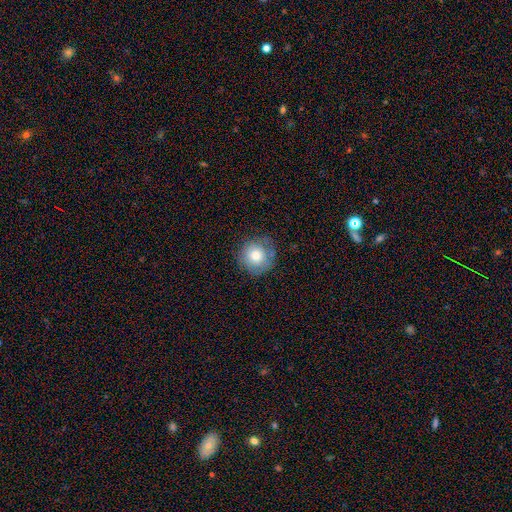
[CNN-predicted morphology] Overall: smooth (76%). How rounded: round (93%). Merging: none (74%).